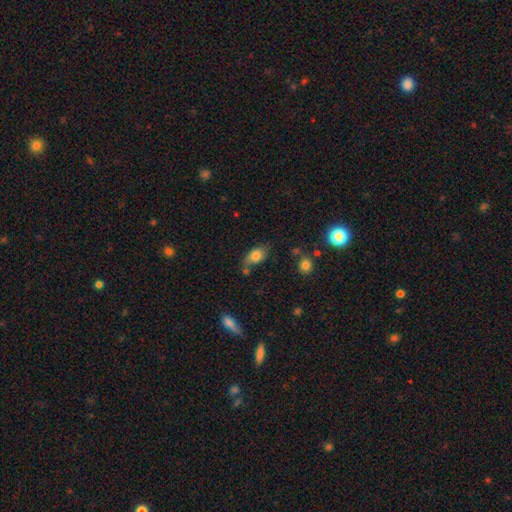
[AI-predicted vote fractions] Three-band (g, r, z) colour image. It shows a smooth galaxy with no disk features (77%) that is in between round and cigar-shaped (85%). Merging: none (58%).